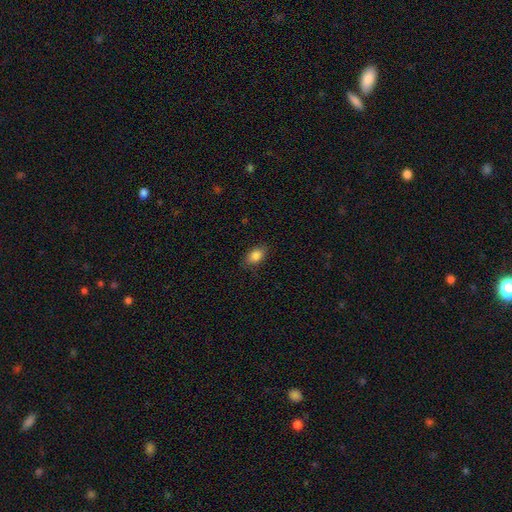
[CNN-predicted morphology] This is clearly a smooth galaxy (86%). How rounded: clearly in between (84%). Merging: clearly none (82%).